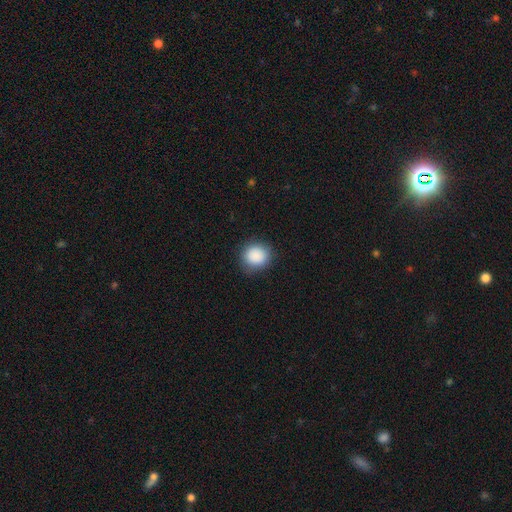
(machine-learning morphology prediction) smooth-or-featured: smooth: 89% | star or artifact: 8% | featured or disk: 3%
  how-rounded: round: 86% | in between: 13% | cigar-shaped: 1%
  merging: none: 87% | minor disturbance: 9% | major disturbance: 3% | merger: 1%